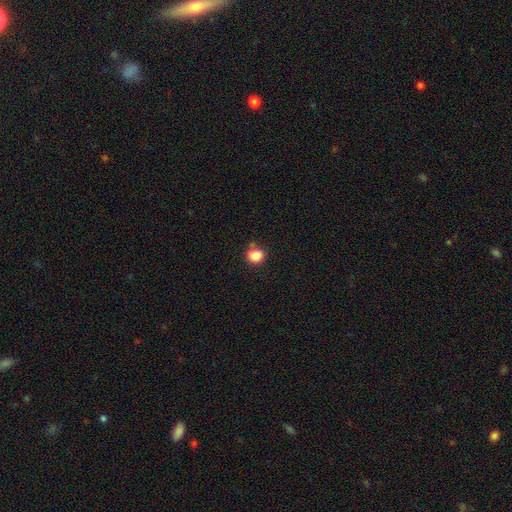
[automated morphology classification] Overall: smooth (85%). How rounded: round (67%; in between 32%). Merging: none (72%).